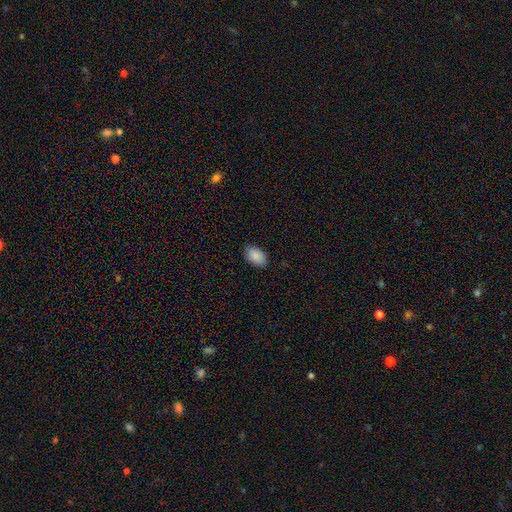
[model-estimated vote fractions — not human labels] A smooth galaxy with no disk features (89%) that is in between round and cigar-shaped (92%). Merging: none (86%).